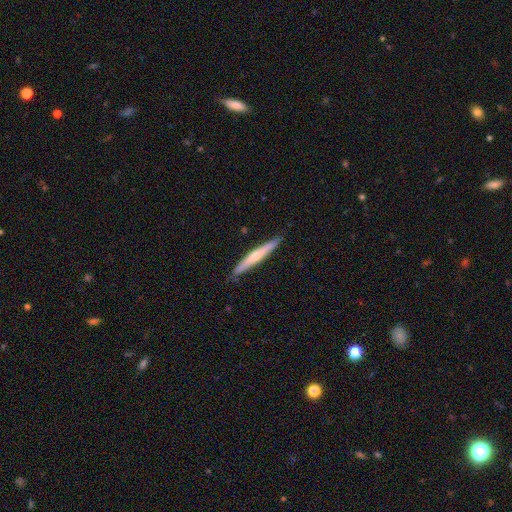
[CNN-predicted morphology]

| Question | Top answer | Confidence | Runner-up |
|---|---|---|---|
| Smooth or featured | smooth | 49% | featured or disk (46%) |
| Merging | none | 88% | minor disturbance (9%) |